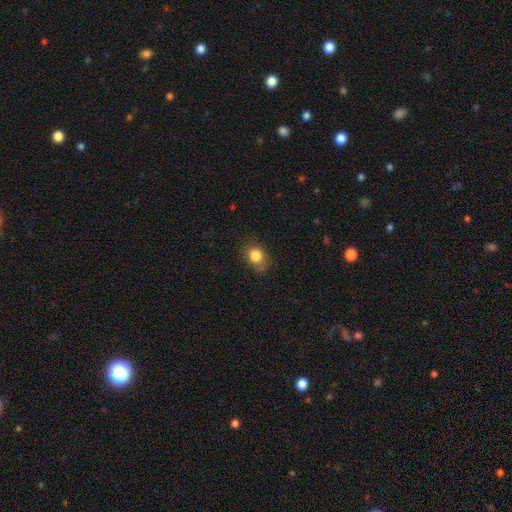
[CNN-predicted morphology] Smooth or featured? Predicted: smooth (p=0.82). How rounded? Predicted: in between (p=0.50). Merging? Predicted: none (p=0.71).